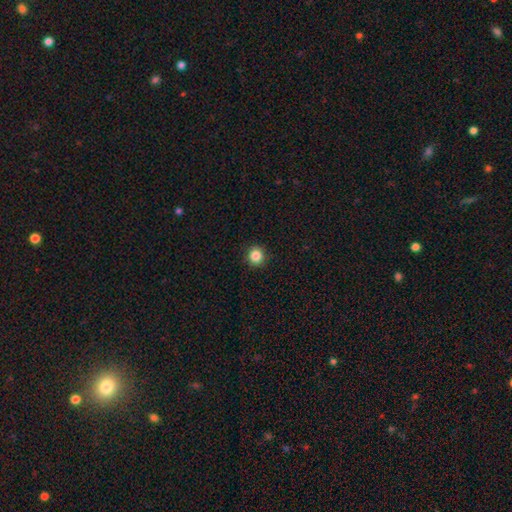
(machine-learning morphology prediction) The model was most divided on "smooth or featured": smooth: 85%, star or artifact: 11%, featured or disk: 4%. More confident: how rounded — round (92%); merging — none (92%).